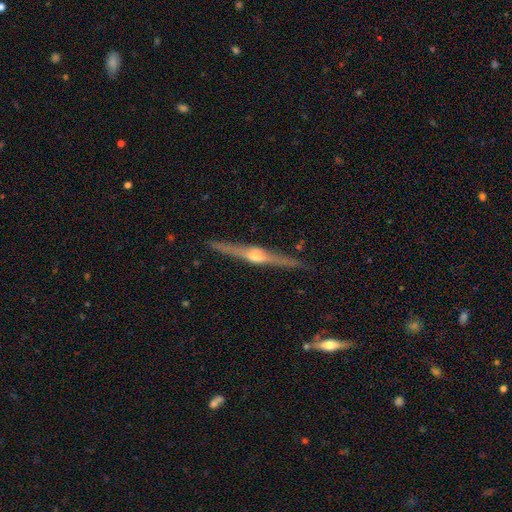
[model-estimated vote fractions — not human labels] Smooth or featured?
  - featured or disk: 82% *
  - smooth: 13%
  - star or artifact: 5%
Edge-on disk?
  - yes: 98% *
  - no: 2%
Edge-on bulge?
  - rounded: 92% *
  - boxy: 5%
  - none: 3%
Merging?
  - none: 89% *
  - minor disturbance: 8%
  - major disturbance: 2%
  - merger: 1%